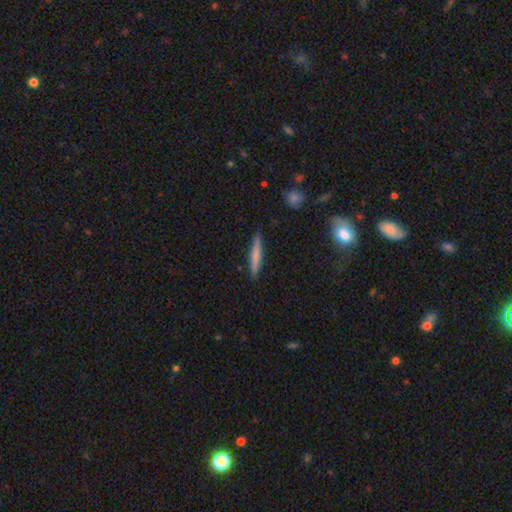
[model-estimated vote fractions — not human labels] A smooth galaxy with no disk features (63%) that is cigar-shaped (94%). Merging: none (89%).